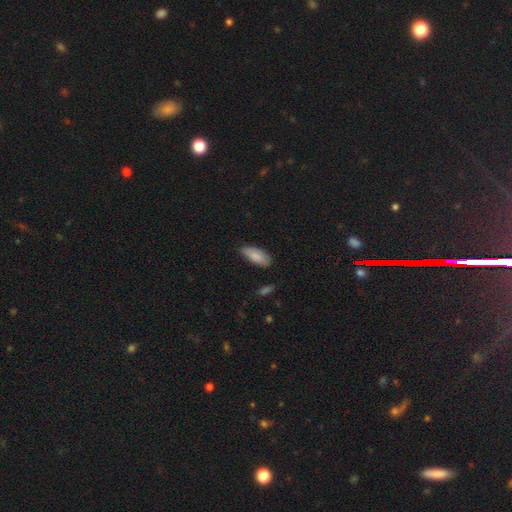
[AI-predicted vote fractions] Smooth or featured: smooth — 85% (featured or disk — 9%)
How rounded: in between — 86% (cigar-shaped — 12%)
Merging: none — 72% (minor disturbance — 23%)